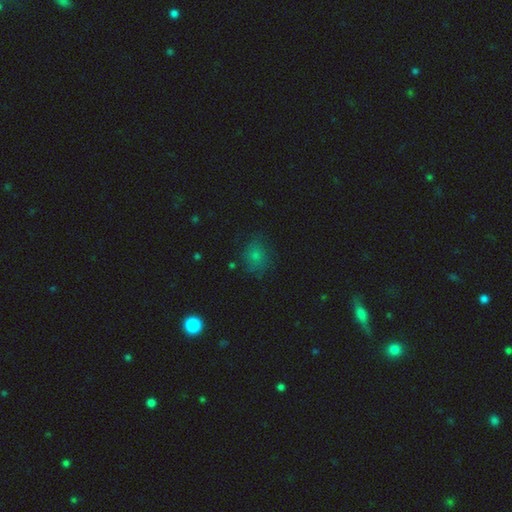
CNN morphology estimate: This appears to be a smooth galaxy with no disk features (71%) that is round (69%). Merging: none (69%).